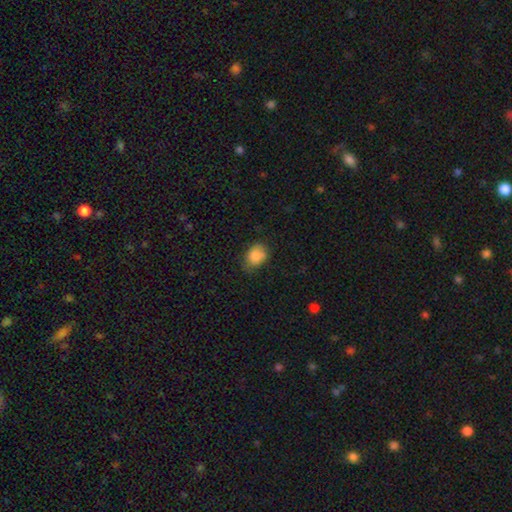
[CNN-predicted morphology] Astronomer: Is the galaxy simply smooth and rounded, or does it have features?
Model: smooth — 85%.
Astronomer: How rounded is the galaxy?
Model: in between — 63%.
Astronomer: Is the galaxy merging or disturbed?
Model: none — 65%.